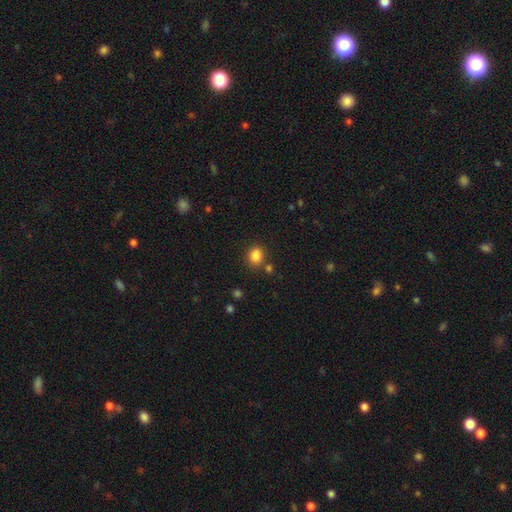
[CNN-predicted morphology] smooth-or-featured: smooth: 85% | star or artifact: 11% | featured or disk: 4%
  how-rounded: in between: 51% | round: 48% | cigar-shaped: 1%
  merging: none: 77% | minor disturbance: 12% | merger: 8% | major disturbance: 4%